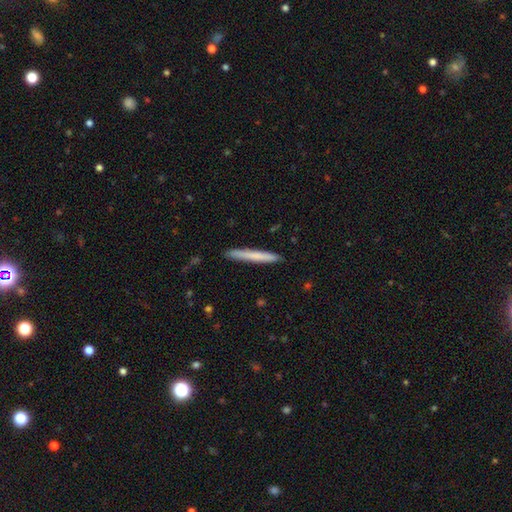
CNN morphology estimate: smooth-or-featured: smooth: 71% | featured or disk: 24% | star or artifact: 5%
  how-rounded: cigar-shaped: 97% | in between: 2% | round: 1%
  merging: none: 91% | minor disturbance: 6% | major disturbance: 1% | merger: 1%